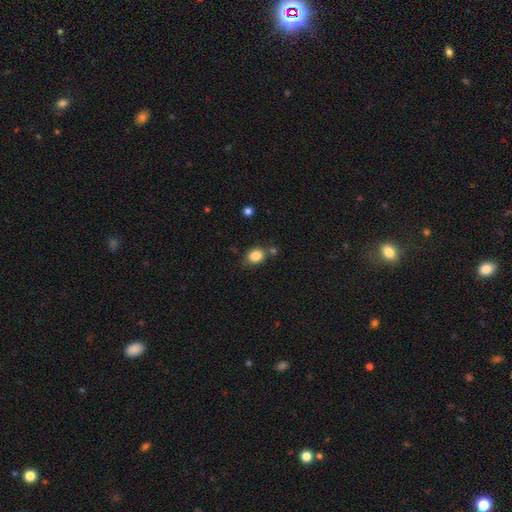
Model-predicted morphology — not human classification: Smooth or featured? smooth (85%)
How rounded? round (54%)
Merging? none (69%)